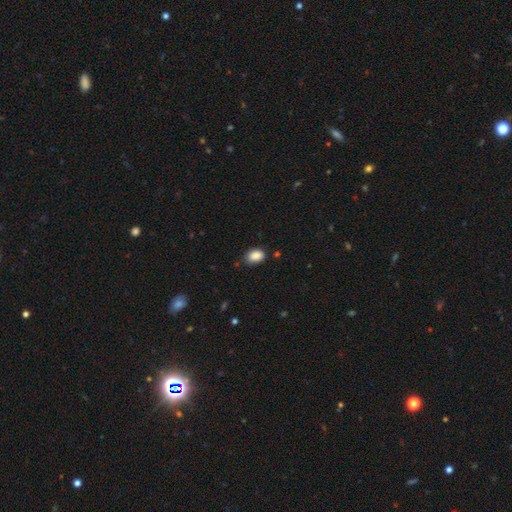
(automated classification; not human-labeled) Smooth or featured? smooth (89%)
How rounded? in between (82%)
Merging? none (79%)